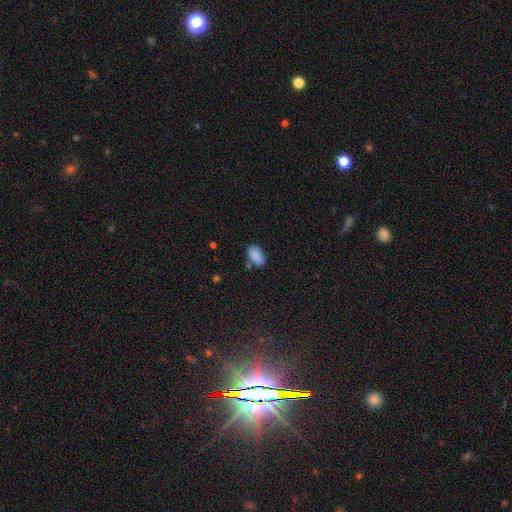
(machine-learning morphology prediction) Smooth or featured? smooth (87%)
How rounded? in between (93%)
Merging? none (69%)